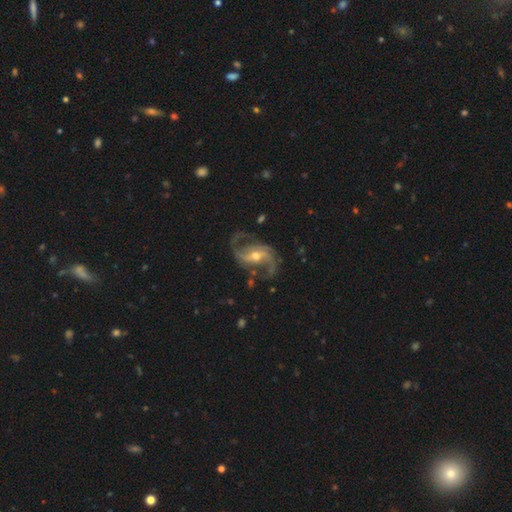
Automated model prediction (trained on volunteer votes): smooth-or-featured: featured or disk: 92% | star or artifact: 5% | smooth: 4%
  disk-edge-on: no: 97% | yes: 3%
    bar: weak: 39% | strong: 34% | no: 26%
    has-spiral-arms: yes: 97% | no: 3%
      spiral-winding: loose: 46% | medium: 43% | tight: 10%
      spiral-arm-count: 2: 87% | 3: 5% | can't tell: 3% | 1: 2% | 4: 2% | more than 4: 2%
    bulge-size: moderate: 60% | small: 36% | large: 3% | none: 1% | dominant: 1%
  merging: none: 70% | minor disturbance: 17% | major disturbance: 11% | merger: 2%